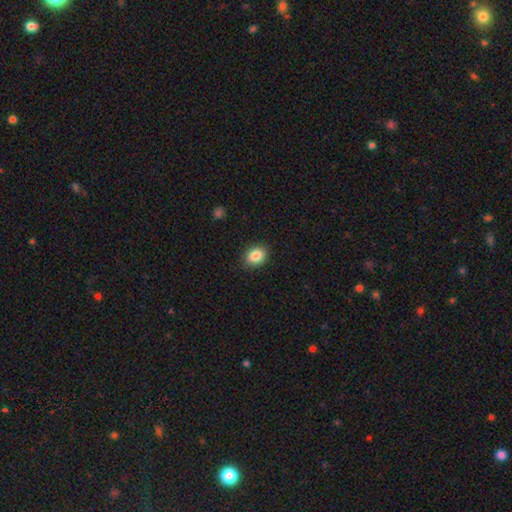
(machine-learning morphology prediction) This is clearly a smooth galaxy (86%). How rounded: possibly in between (55%). Merging: clearly none (89%).